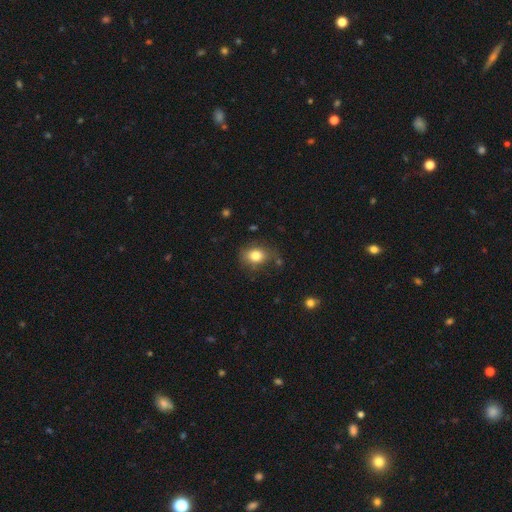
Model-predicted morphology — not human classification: smooth 81%, star or artifact 10%, featured or disk 9%. Down the decision tree: how rounded — in between (56%); merging — none (71%).